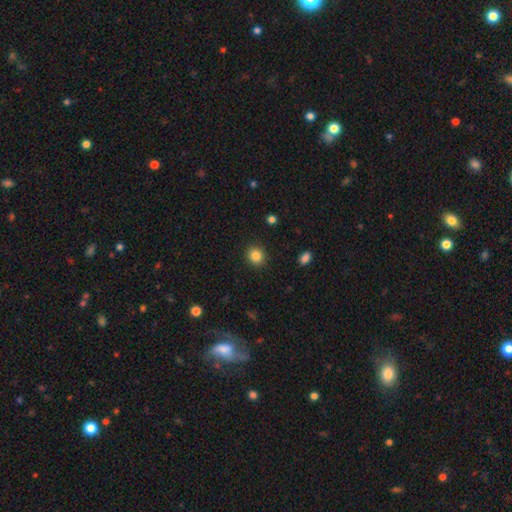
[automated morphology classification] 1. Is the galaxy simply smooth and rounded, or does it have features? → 85% smooth, 11% star or artifact, 5% featured or disk.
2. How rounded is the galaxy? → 82% round, 17% in between, 1% cigar-shaped.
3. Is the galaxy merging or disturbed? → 91% none, 6% minor disturbance, 2% major disturbance, 1% merger.